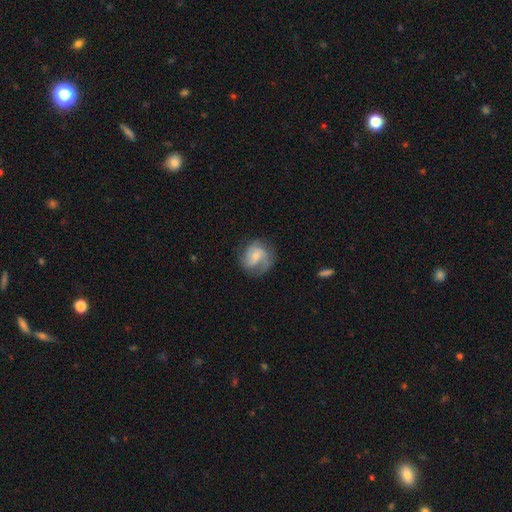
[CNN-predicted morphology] Smooth or featured: featured or disk — 64% (smooth — 29%)
Edge-on disk: no — 98% (yes — 2%)
Bar: no — 52% (weak — 38%)
Spiral arms: yes — 89% (no — 11%)
Spiral winding: medium — 44% (tight — 29%)
Spiral arm count: 2 — 43% (1 — 25%)
Bulge size: small — 57% (moderate — 36%)
Merging: none — 62% (minor disturbance — 22%)